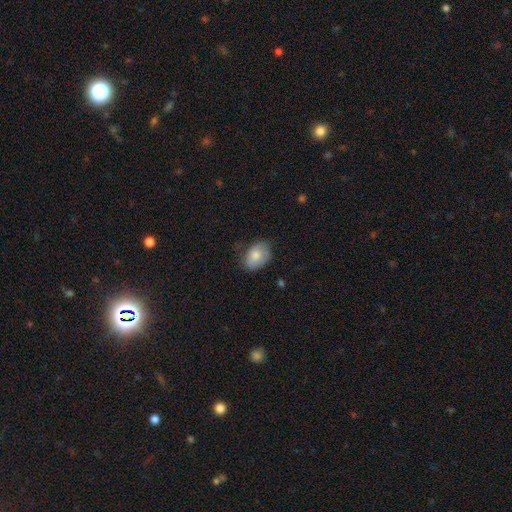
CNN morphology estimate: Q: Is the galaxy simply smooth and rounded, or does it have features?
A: smooth — 75%.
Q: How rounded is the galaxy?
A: in between — 80%.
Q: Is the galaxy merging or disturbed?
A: none — 61%.